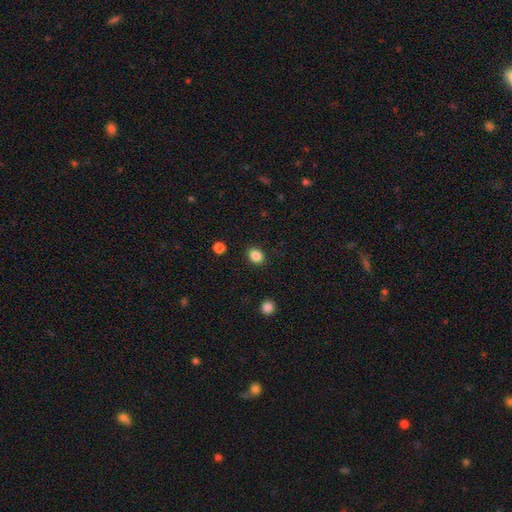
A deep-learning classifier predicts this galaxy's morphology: A smooth galaxy with no disk features (86%) that is in between round and cigar-shaped (50%).

Vote fractions:
- Smooth or featured? smooth: 86% / star or artifact: 10% / featured or disk: 4%
- How rounded? in between: 50% / round: 49% / cigar-shaped: 1%
- Merging? none: 89% / minor disturbance: 7% / major disturbance: 2% / merger: 1%